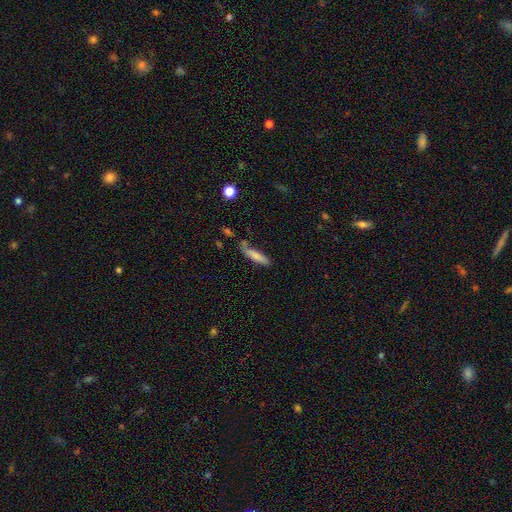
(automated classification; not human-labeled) The model was most divided on "merging": none: 63%, minor disturbance: 21%, merger: 11%, major disturbance: 6%. More confident: how rounded — cigar-shaped (77%); smooth or featured — smooth (75%).